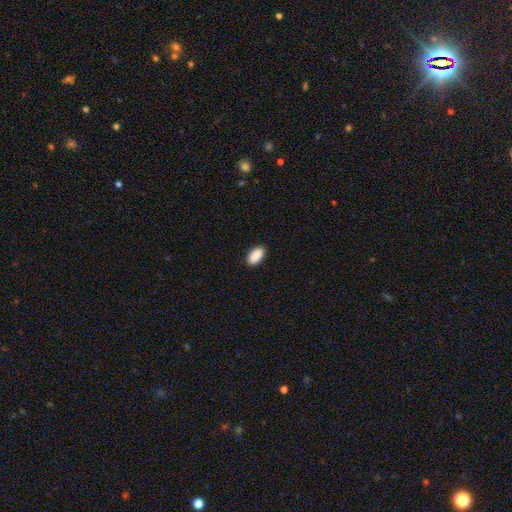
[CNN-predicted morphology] This appears to be a smooth galaxy with no disk features (91%) that is in between round and cigar-shaped (95%). Merging: none (90%).